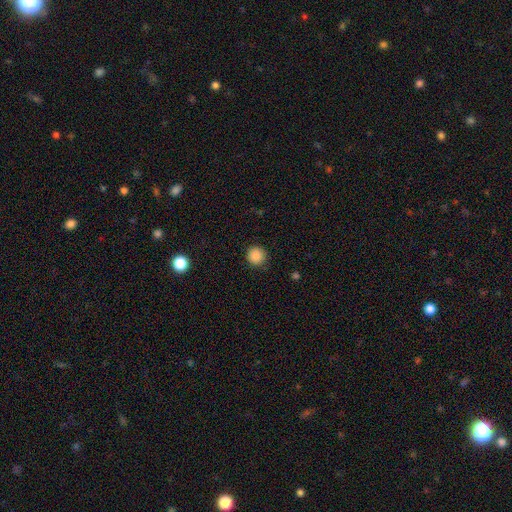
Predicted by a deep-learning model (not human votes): Smooth or featured: smooth — 87% (star or artifact — 10%)
How rounded: round — 95% (in between — 4%)
Merging: none — 90% (minor disturbance — 7%)